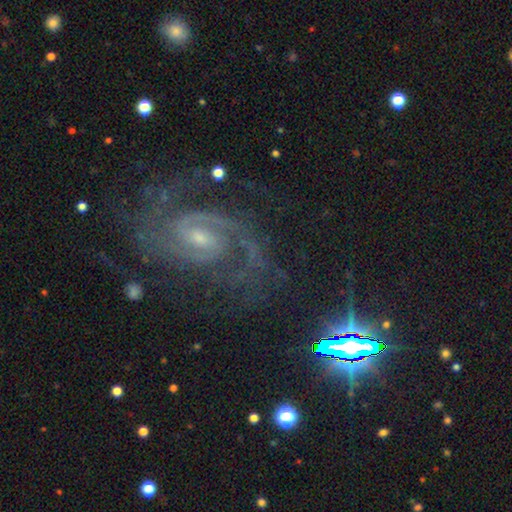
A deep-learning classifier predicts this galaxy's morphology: Smooth or featured: featured or disk — 86% (star or artifact — 10%)
Edge-on disk: no — 97% (yes — 3%)
Bar: weak — 51% (no — 29%)
Spiral arms: yes — 98% (no — 2%)
Spiral winding: medium — 51% (tight — 39%)
Spiral arm count: 2 — 80% (can't tell — 6%)
Bulge size: small — 65% (moderate — 27%)
Merging: none — 73% (minor disturbance — 15%)